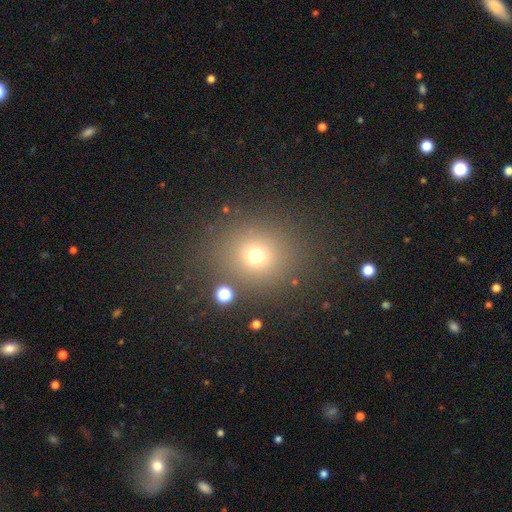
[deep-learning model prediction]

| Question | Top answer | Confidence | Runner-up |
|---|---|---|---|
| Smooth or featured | smooth | 67% | star or artifact (24%) |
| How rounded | round | 74% | in between (25%) |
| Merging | none | 83% | minor disturbance (9%) |